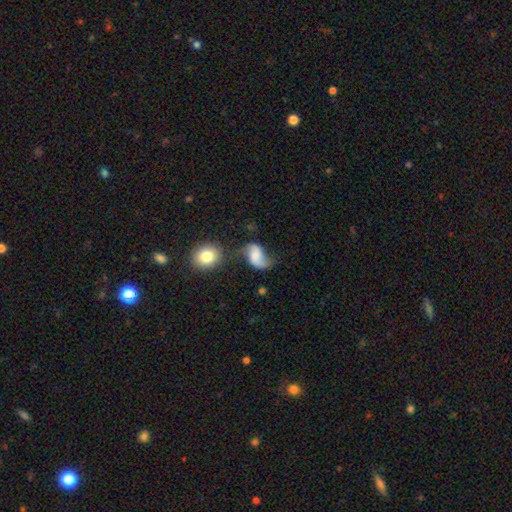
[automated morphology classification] Q: Smooth or featured?
A: featured or disk (63%); runner-up: smooth (29%)
Q: Edge-on disk?
A: no (97%); runner-up: yes (3%)
Q: Bar?
A: no (51%); runner-up: weak (36%)
Q: Spiral arms?
A: yes (91%); runner-up: no (9%)
Q: Spiral winding?
A: loose (76%); runner-up: medium (19%)
Q: Spiral arm count?
A: 2 (89%); runner-up: 1 (5%)
Q: Bulge size?
A: none (34%); runner-up: small (25%)
Q: Merging?
A: none (48%); runner-up: minor disturbance (25%)